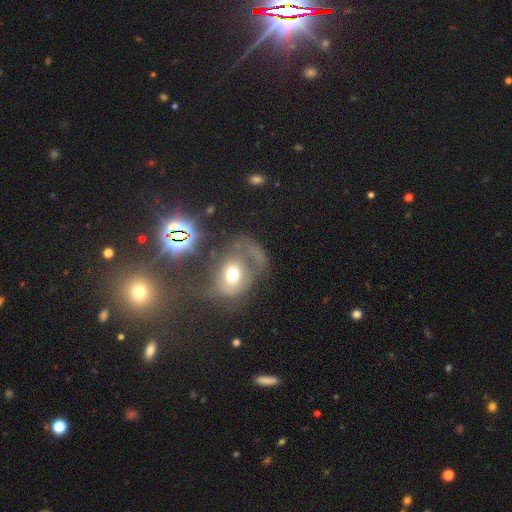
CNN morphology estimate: Smooth or featured? featured or disk (42%)
Merging? major disturbance (38%)